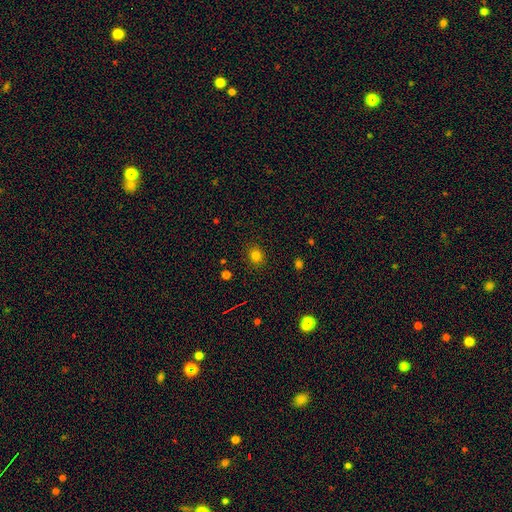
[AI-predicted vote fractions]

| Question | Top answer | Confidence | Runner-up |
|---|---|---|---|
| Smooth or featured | smooth | 79% | star or artifact (16%) |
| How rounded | round | 74% | in between (25%) |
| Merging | none | 89% | minor disturbance (8%) |